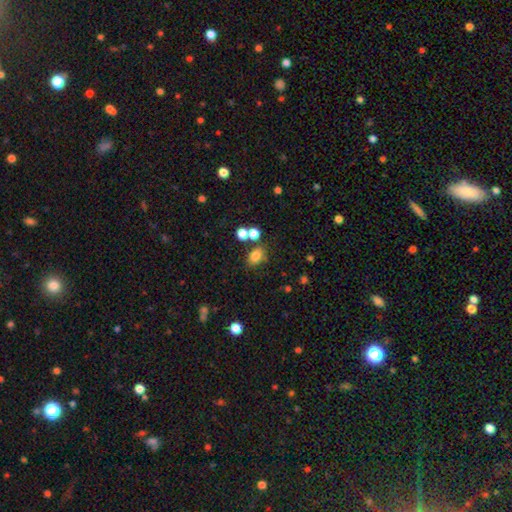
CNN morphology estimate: This appears to be a smooth galaxy with no disk features (78%) that is in between round and cigar-shaped (66%). Merging: none (66%).